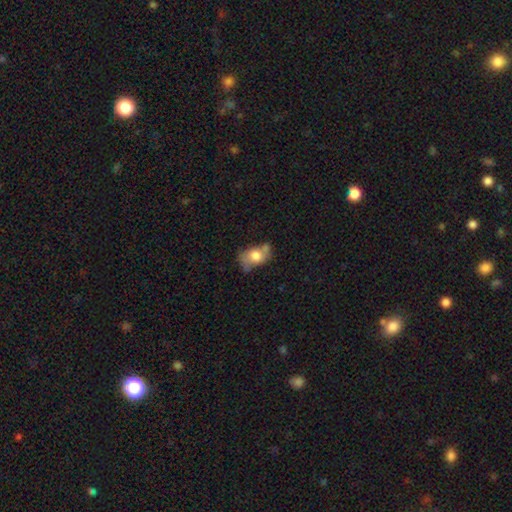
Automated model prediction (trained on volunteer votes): Morphology: type=smooth (66%); roundness=in between (79%); merging=none (36%).